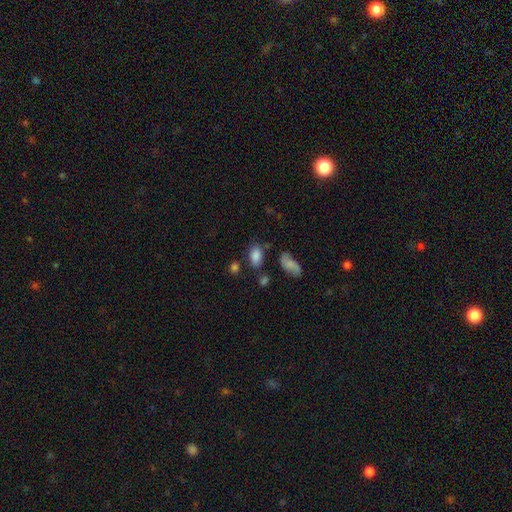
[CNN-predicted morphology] This is clearly a smooth galaxy (84%). How rounded: clearly in between (89%). Merging: likely none (70%).